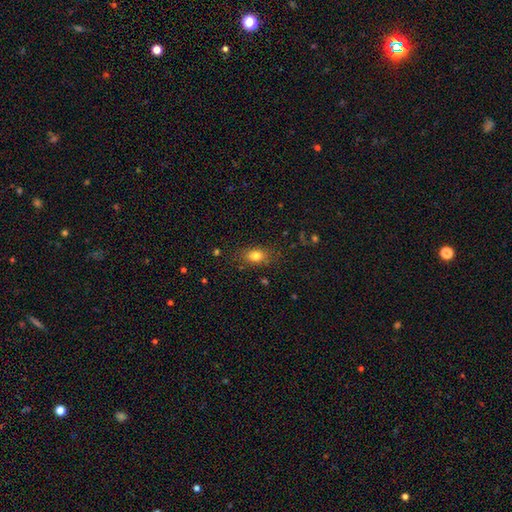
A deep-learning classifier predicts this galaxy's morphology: Smooth or featured: smooth — 80% (star or artifact — 11%)
How rounded: in between — 75% (round — 22%)
Merging: none — 81% (minor disturbance — 13%)